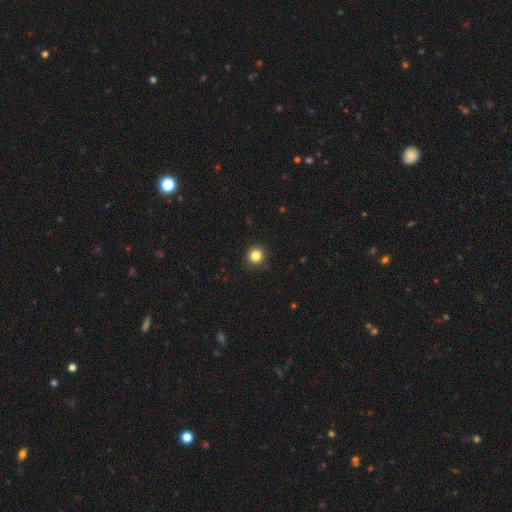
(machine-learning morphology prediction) smooth_or_featured: smooth (p=0.83) [alt: star or artifact p=0.12]
how_rounded: round (p=0.93) [alt: in between p=0.06]
merging: none (p=0.90) [alt: minor disturbance p=0.07]